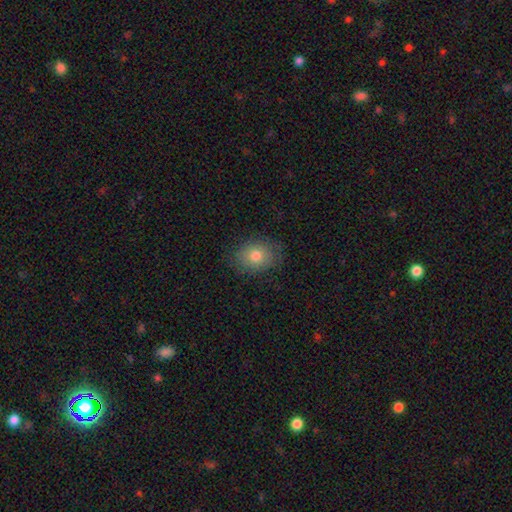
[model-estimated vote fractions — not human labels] A smooth galaxy with no disk features (78%) that is in between round and cigar-shaped (56%). Merging: none (82%).